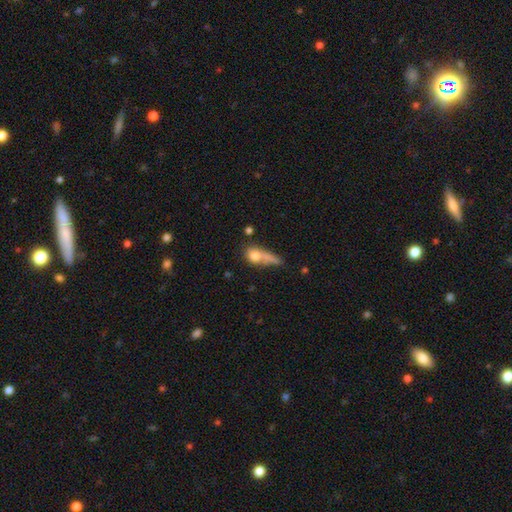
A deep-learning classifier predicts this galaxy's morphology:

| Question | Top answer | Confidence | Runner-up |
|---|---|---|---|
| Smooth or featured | smooth | 72% | featured or disk (18%) |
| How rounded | in between | 43% | round (37%) |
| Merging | none | 32% | merger (28%) |